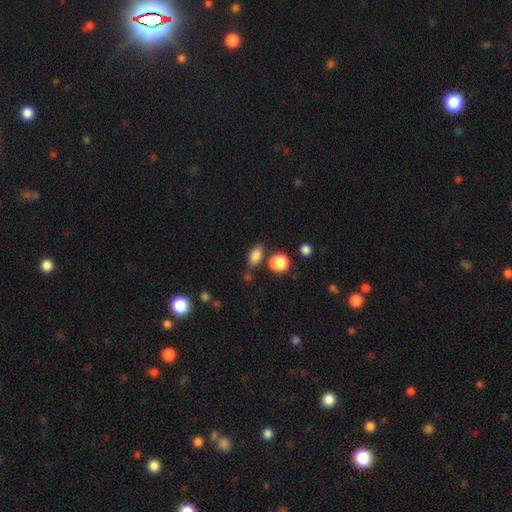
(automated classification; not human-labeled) The model was most divided on "merging": none: 68%, minor disturbance: 16%, merger: 12%, major disturbance: 5%. More confident: smooth or featured — smooth (83%); how rounded — in between (81%).